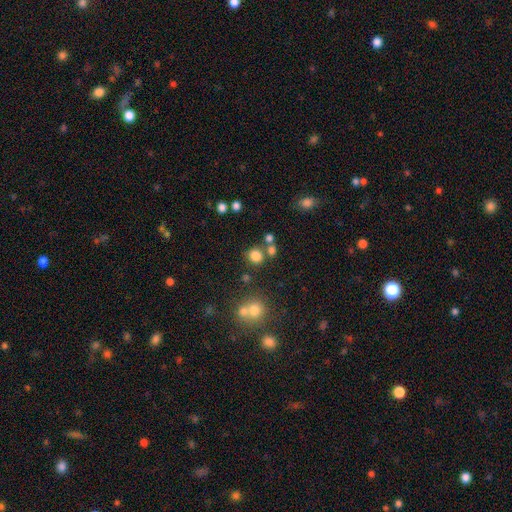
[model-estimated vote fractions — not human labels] smooth 79%, star or artifact 15%, featured or disk 6%. Down the decision tree: how rounded — round (81%); merging — none (71%).